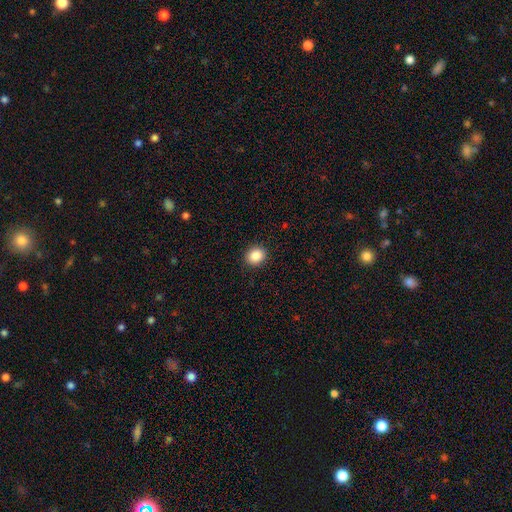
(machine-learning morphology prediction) The model was most divided on "how rounded": round: 78%, in between: 21%, cigar-shaped: 1%. More confident: merging — none (90%); smooth or featured — smooth (88%).